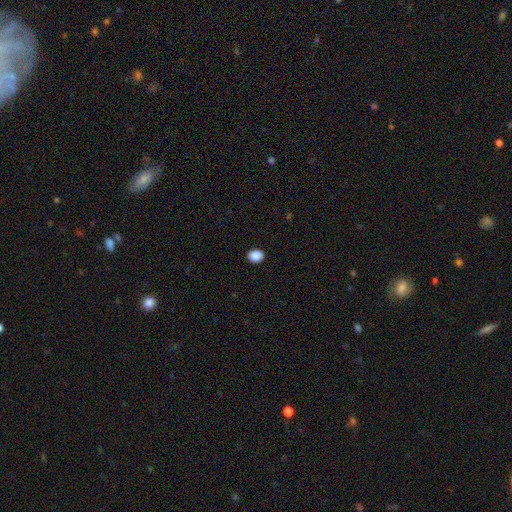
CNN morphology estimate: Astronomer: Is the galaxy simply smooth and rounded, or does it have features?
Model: smooth — 89%.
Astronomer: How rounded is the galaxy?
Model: in between — 54% (runner-up: round, 45%).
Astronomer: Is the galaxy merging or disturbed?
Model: none — 90%.